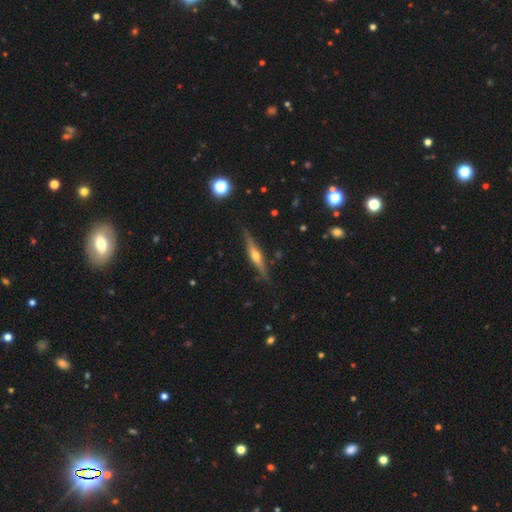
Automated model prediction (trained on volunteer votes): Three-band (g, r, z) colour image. It shows a featured or disk galaxy (70%) viewed edge-on (96%) with a rounded central bulge (91%). Merging: none (86%).